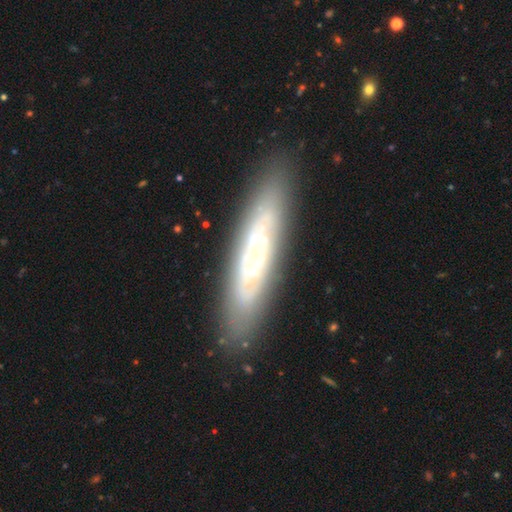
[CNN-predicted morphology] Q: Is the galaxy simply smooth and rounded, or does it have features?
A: featured or disk — 70%.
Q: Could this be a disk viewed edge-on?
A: no — 63%.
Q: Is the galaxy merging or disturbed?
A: none — 84%.